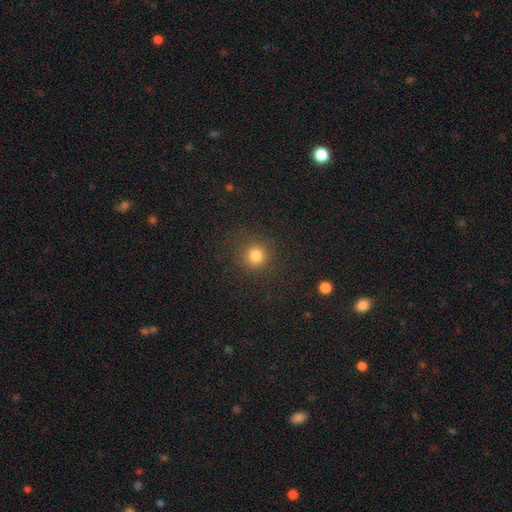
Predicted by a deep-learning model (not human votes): A smooth galaxy with no disk features (80%) that is round (93%). Merging: none (88%).